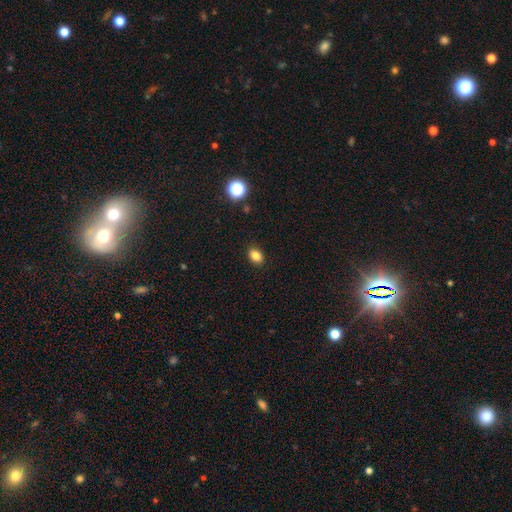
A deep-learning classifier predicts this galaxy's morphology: smooth 84%, star or artifact 12%, featured or disk 5%. Down the decision tree: how rounded — in between (67%); merging — none (89%).